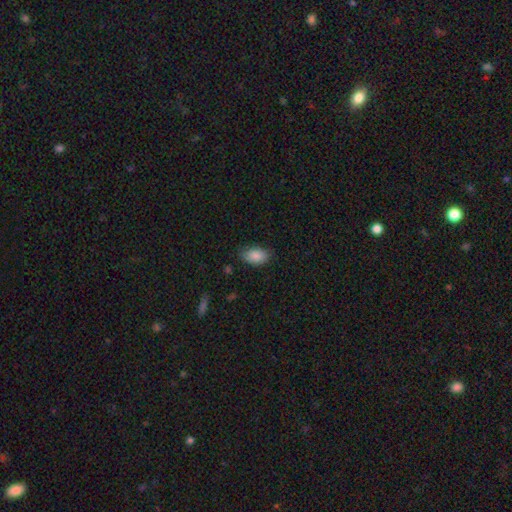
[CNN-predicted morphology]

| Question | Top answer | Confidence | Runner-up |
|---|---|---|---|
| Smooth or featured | smooth | 88% | star or artifact (7%) |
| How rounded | in between | 91% | round (8%) |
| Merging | none | 75% | minor disturbance (20%) |